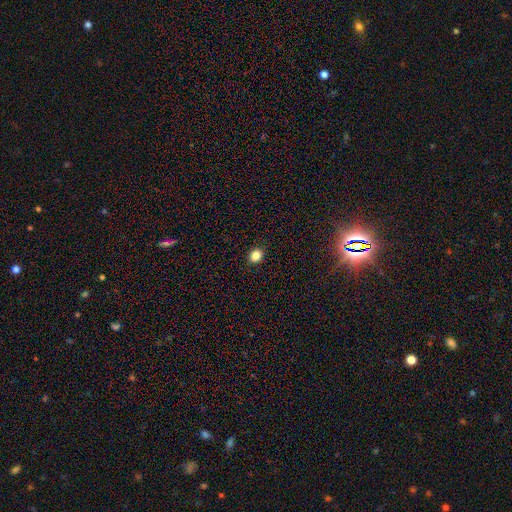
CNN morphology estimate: This appears to be a smooth galaxy with no disk features (84%) that is round (63%). Merging: none (92%).